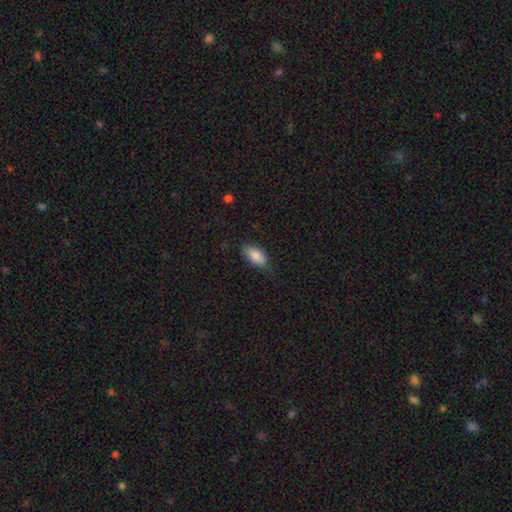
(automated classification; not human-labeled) smooth 84%, featured or disk 9%, star or artifact 7%. Down the decision tree: how rounded — in between (90%); merging — none (73%).